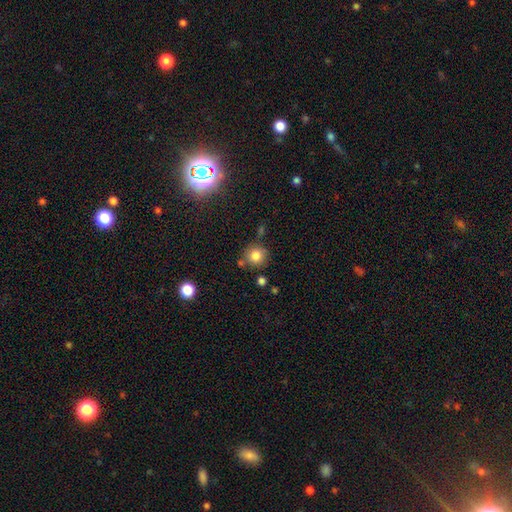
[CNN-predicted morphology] Smooth or featured?
  - smooth: 82% *
  - star or artifact: 11%
  - featured or disk: 7%
How rounded?
  - round: 91% *
  - in between: 8%
  - cigar-shaped: 1%
Merging?
  - none: 76% *
  - minor disturbance: 12%
  - merger: 8%
  - major disturbance: 4%